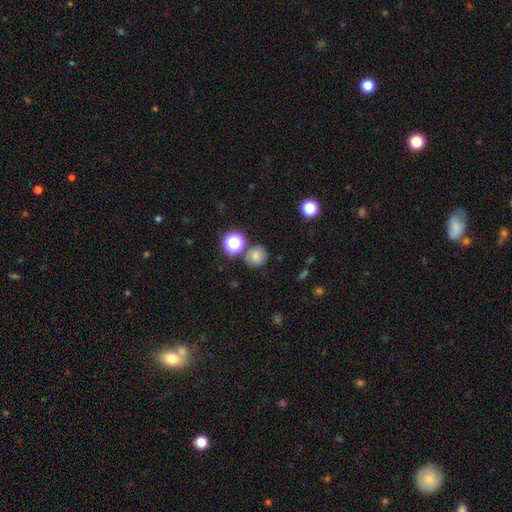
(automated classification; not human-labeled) Smooth or featured? smooth (74%)
How rounded? round (85%)
Merging? none (75%)